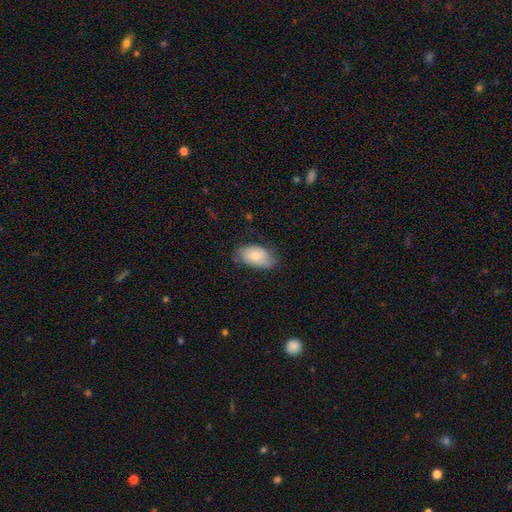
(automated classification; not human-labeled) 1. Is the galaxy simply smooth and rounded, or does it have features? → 75% smooth, 19% featured or disk, 6% star or artifact.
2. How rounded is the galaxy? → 94% in between, 5% round, 2% cigar-shaped.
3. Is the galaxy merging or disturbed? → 68% none, 25% minor disturbance, 6% major disturbance, 1% merger.